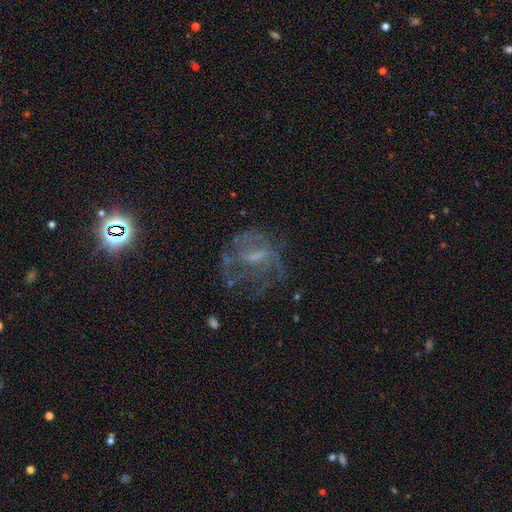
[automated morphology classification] Smooth or featured?
  - featured or disk: 62% *
  - star or artifact: 20%
  - smooth: 18%
Edge-on disk?
  - no: 95% *
  - yes: 5%
Bar?
  - weak: 44% *
  - no: 38%
  - strong: 17%
Spiral arms?
  - yes: 50% * (tied)
  - no: 50% * (tied)
Bulge size?
  - small: 34% * (tied)
  - none: 34% * (tied)
  - moderate: 27%
  - large: 4%
  - dominant: 1%
Merging?
  - none: 49% *
  - major disturbance: 31%
  - minor disturbance: 17%
  - merger: 3%